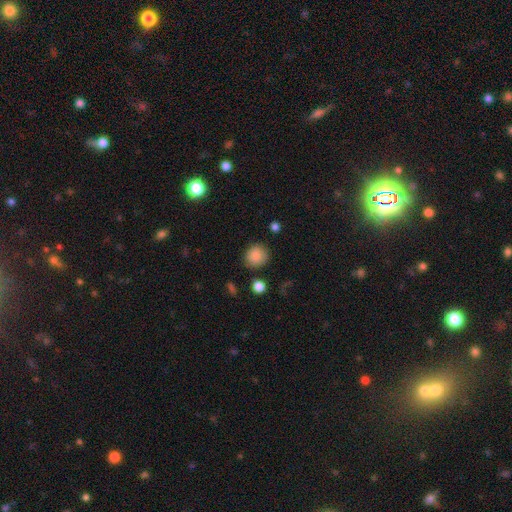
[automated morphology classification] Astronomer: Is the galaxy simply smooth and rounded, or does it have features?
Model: smooth — 85%.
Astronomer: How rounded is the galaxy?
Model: round — 86%.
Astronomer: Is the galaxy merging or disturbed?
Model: none — 84%.